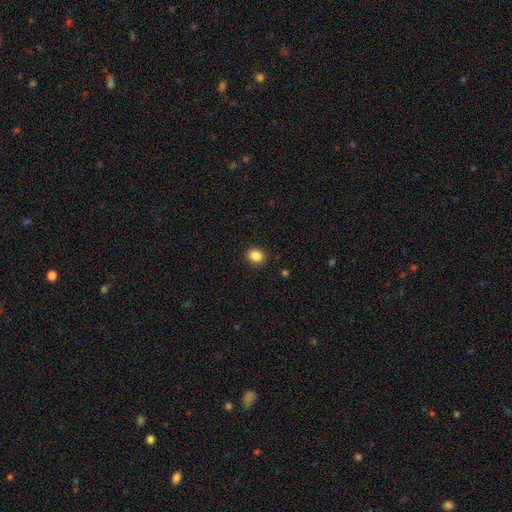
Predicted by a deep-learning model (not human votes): Morphology: type=smooth (86%); roundness=round (68%); merging=none (91%).